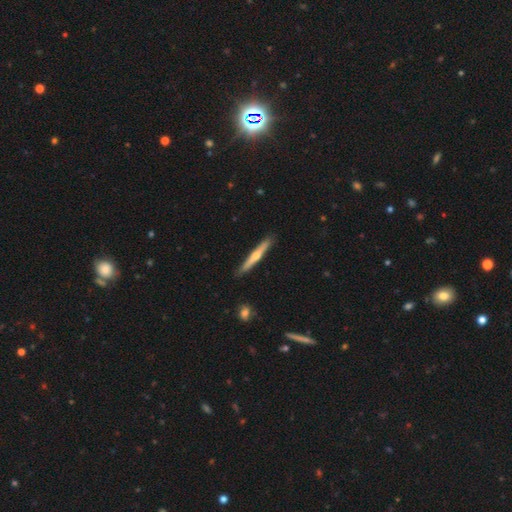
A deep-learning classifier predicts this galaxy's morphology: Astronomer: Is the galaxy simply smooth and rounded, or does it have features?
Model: featured or disk — 59% (runner-up: smooth, 35%).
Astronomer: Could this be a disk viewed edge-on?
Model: yes — 97%.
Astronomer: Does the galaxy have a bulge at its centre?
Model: rounded — 84%.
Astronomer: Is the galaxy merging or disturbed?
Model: none — 90%.